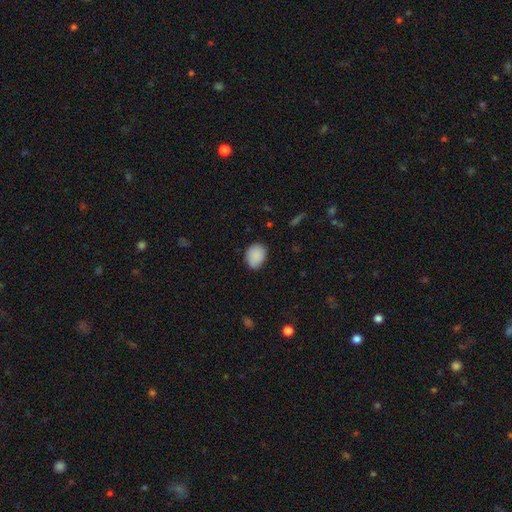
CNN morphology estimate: Overall: smooth (88%). How rounded: in between (55%; round 44%). Merging: none (78%).